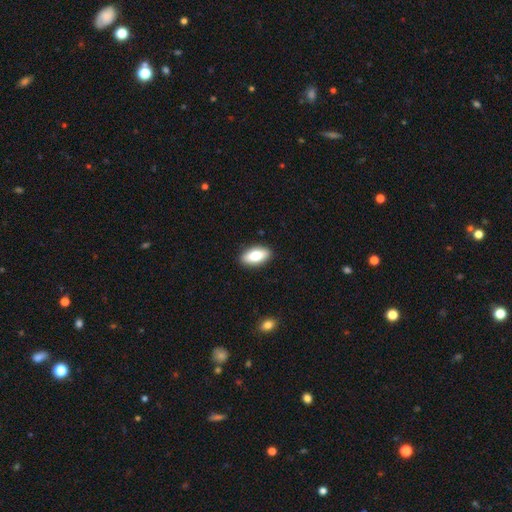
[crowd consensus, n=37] Smooth or featured? smooth (84%)
How rounded? in between (94%)
Merging? none (91%)